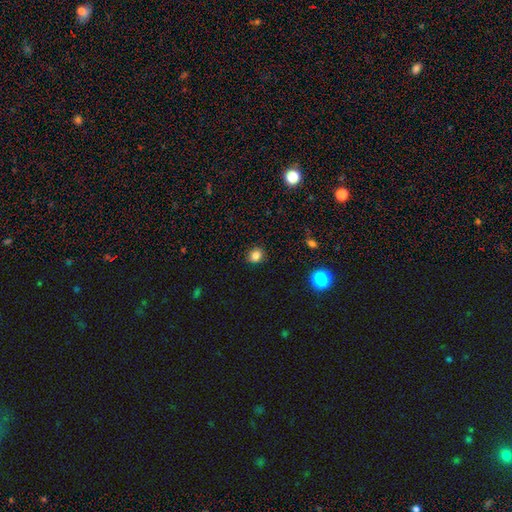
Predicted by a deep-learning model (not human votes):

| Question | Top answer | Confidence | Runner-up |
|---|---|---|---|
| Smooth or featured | smooth | 83% | star or artifact (12%) |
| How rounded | round | 69% | in between (30%) |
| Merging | none | 89% | minor disturbance (8%) |